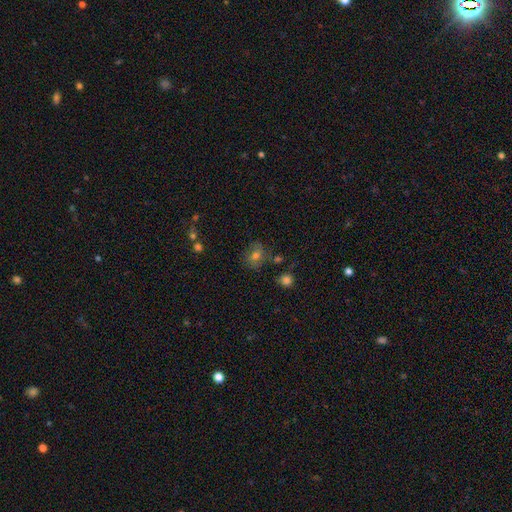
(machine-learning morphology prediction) Smooth or featured?
  - smooth: 63% *
  - featured or disk: 20%
  - star or artifact: 18%
How rounded?
  - round: 64% *
  - in between: 35%
  - cigar-shaped: 1%
Merging?
  - none: 71% *
  - minor disturbance: 17%
  - major disturbance: 6%
  - merger: 5%